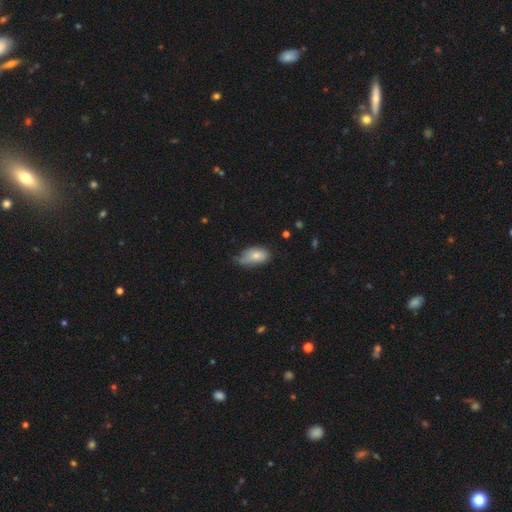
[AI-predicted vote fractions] A smooth galaxy with no disk features (76%) that is in between round and cigar-shaped (92%). Merging: minor disturbance (46%).